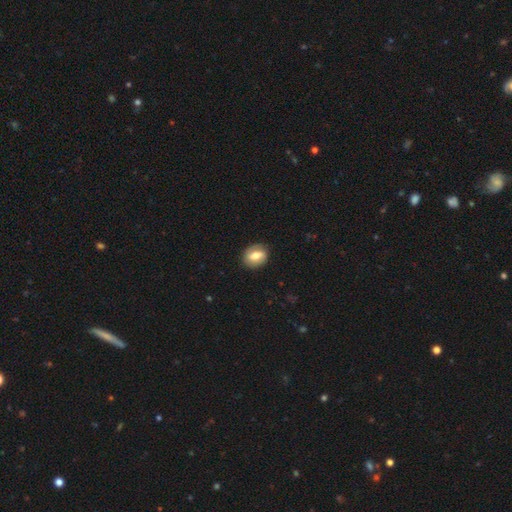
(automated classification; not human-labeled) Morphology: type=smooth (48%); merging=none (81%).